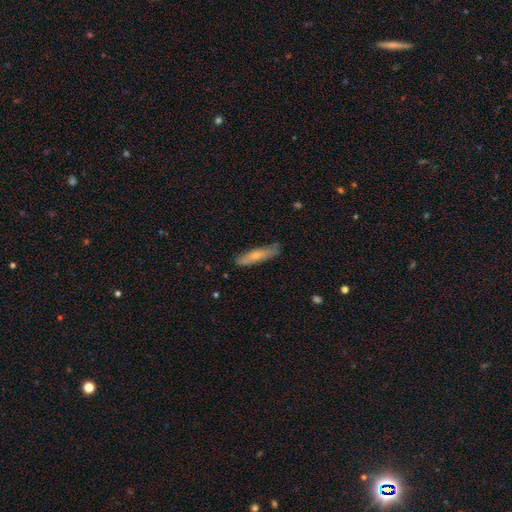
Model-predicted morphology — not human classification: smooth 61%, featured or disk 33%, star or artifact 6%. Down the decision tree: how rounded — cigar-shaped (83%); merging — none (79%).